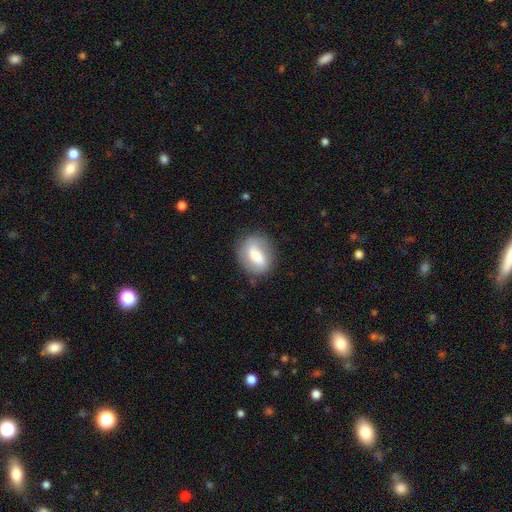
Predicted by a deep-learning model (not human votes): smooth 56%, featured or disk 36%, star or artifact 7%. Down the decision tree: how rounded — in between (66%); merging — none (75%).